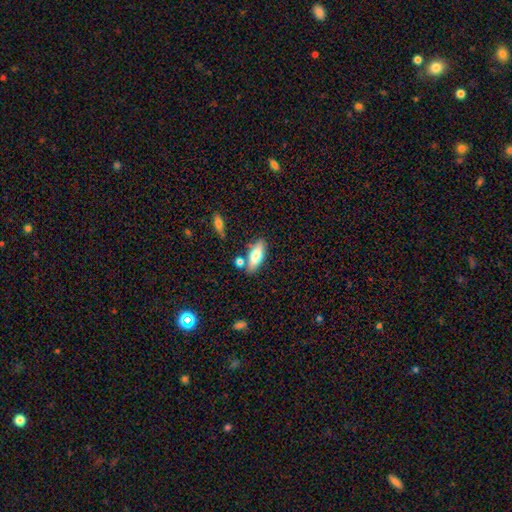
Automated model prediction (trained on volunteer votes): Smooth or featured? Predicted: smooth (p=0.63). How rounded? Predicted: in between (p=0.65). Merging? Predicted: none (p=0.74).